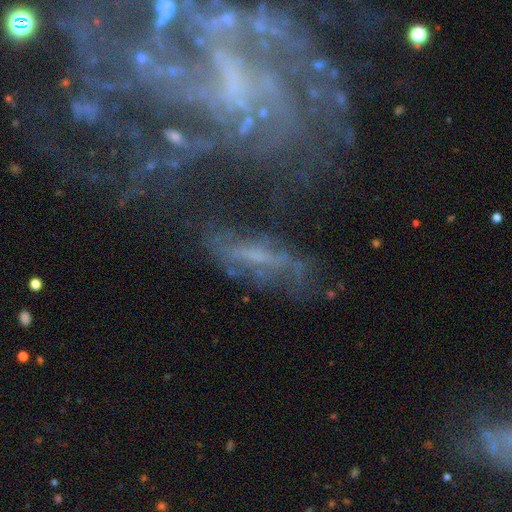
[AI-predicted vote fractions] Morphology: type=featured or disk (66%); edge-on=no (83%); bar=no (38%); spiral arms=yes (75%); bulge=small (40%); merging=none (49%).